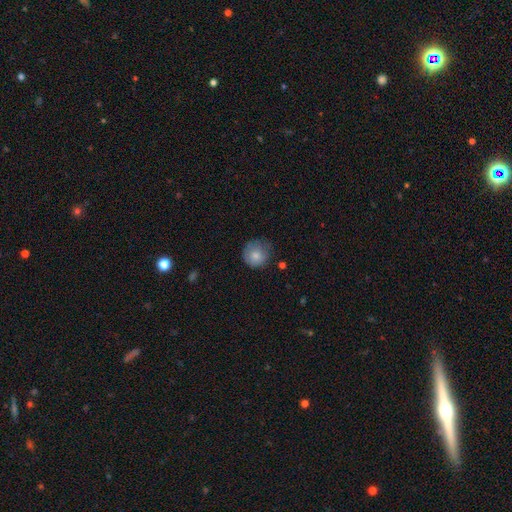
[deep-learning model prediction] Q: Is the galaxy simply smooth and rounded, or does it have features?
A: smooth — 79%.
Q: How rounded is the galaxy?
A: round — 91%.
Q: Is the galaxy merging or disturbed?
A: none — 64%.